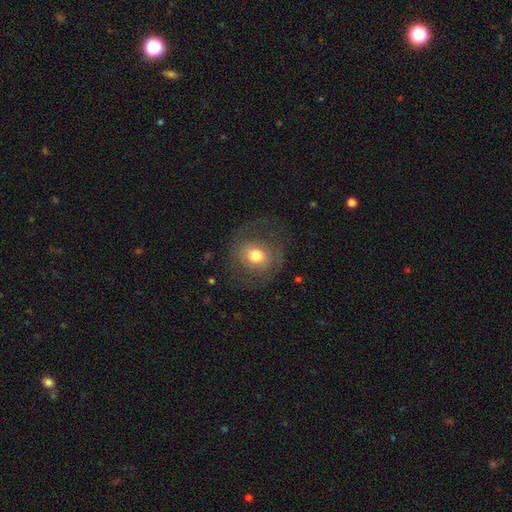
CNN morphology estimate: smooth_or_featured: featured or disk (p=0.50) [alt: smooth p=0.41]
disk_edge_on: no (p=0.96) [alt: yes p=0.04]
merging: none (p=0.67) [alt: major disturbance p=0.16]